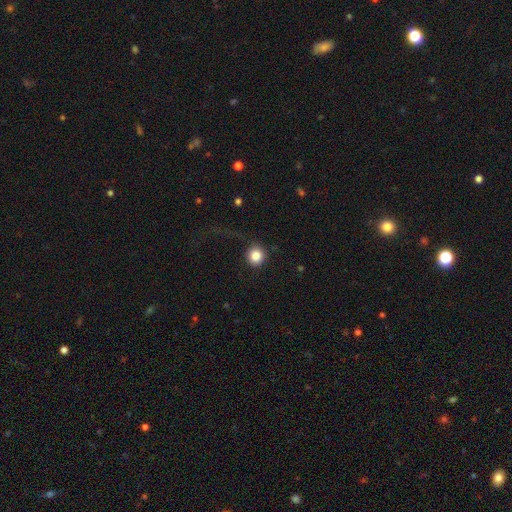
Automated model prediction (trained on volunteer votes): Q: Smooth or featured?
A: smooth (85%); runner-up: star or artifact (10%)
Q: How rounded?
A: round (93%); runner-up: in between (6%)
Q: Merging?
A: none (81%); runner-up: minor disturbance (9%)